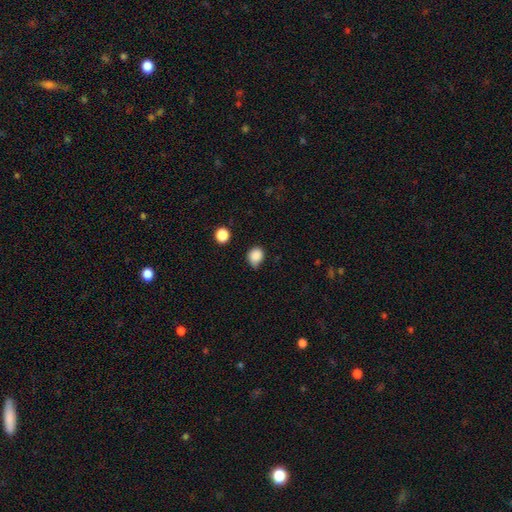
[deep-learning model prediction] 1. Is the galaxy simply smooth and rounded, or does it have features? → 86% smooth, 10% star or artifact, 4% featured or disk.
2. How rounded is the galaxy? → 65% round, 35% in between, 1% cigar-shaped.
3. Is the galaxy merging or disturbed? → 56% none, 35% minor disturbance, 6% major disturbance, 3% merger.